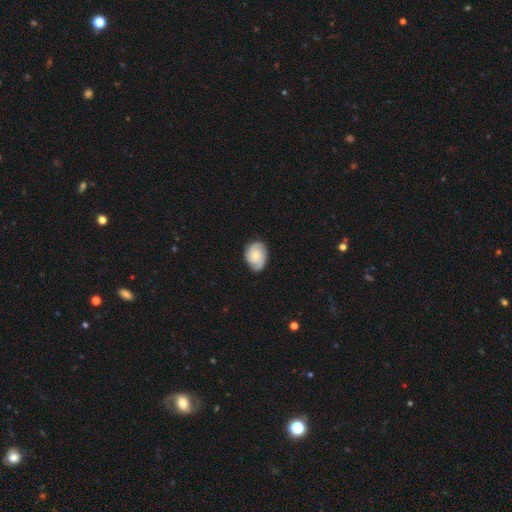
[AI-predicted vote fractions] featured or disk 54%, smooth 39%, star or artifact 7%. Down the decision tree: edge-on disk — no (97%); bar — no (79%); spiral arms — yes (90%); bulge size — moderate (49%); merging — none (73%).